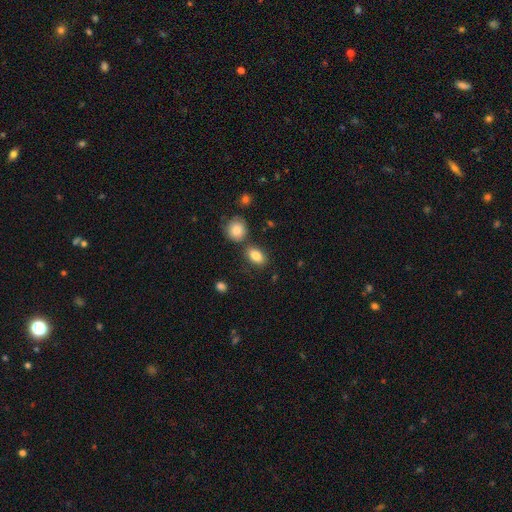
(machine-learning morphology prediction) Smooth or featured? Predicted: smooth (p=0.84). How rounded? Predicted: in between (p=0.86). Merging? Predicted: none (p=0.74).